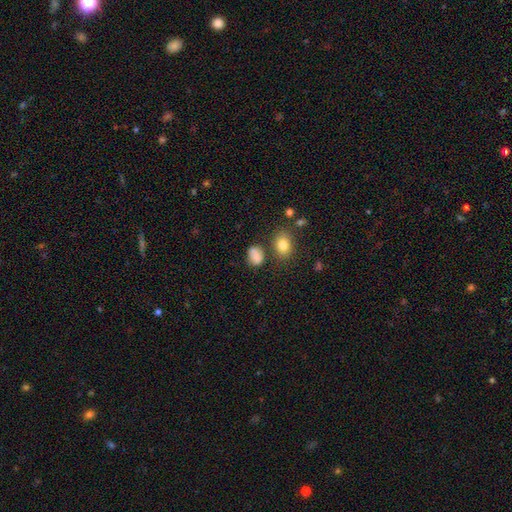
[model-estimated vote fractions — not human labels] smooth-or-featured: smooth: 82% | star or artifact: 11% | featured or disk: 7%
  how-rounded: in between: 65% | round: 33% | cigar-shaped: 1%
  merging: none: 64% | minor disturbance: 20% | merger: 9% | major disturbance: 7%